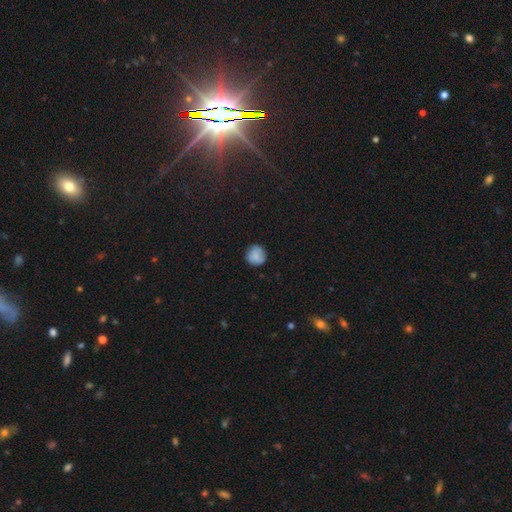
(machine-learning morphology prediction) A smooth galaxy with no disk features (85%) that is round (91%).

Vote fractions:
- Smooth or featured? smooth: 85% / star or artifact: 8% / featured or disk: 7%
- How rounded? round: 91% / in between: 8% / cigar-shaped: 1%
- Merging? none: 82% / minor disturbance: 14% / major disturbance: 3% / merger: 1%